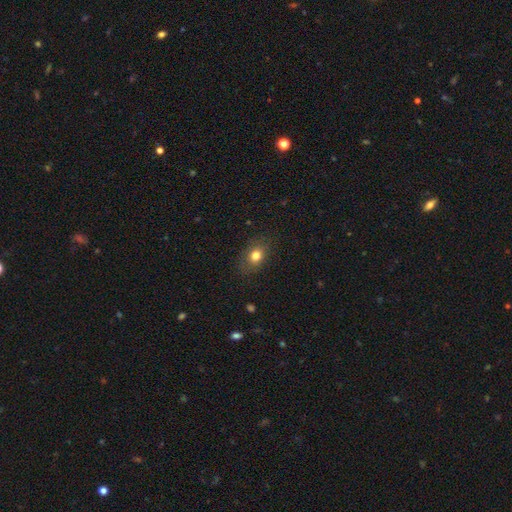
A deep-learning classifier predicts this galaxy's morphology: smooth-or-featured: smooth: 78% | star or artifact: 11% | featured or disk: 11%
  how-rounded: in between: 62% | round: 36% | cigar-shaped: 1%
  merging: none: 80% | minor disturbance: 14% | major disturbance: 5% | merger: 1%